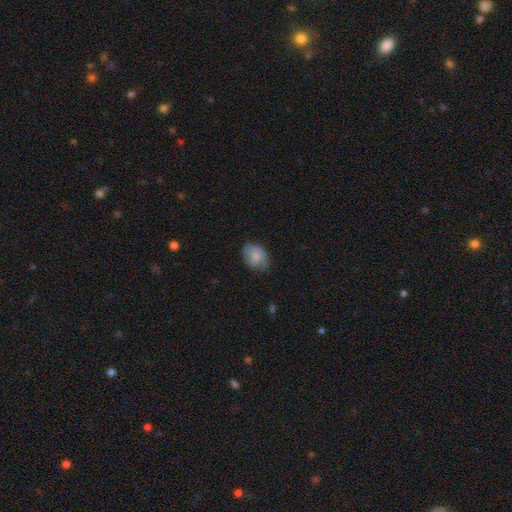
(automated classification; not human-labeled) Smooth or featured: smooth — 74% (featured or disk — 19%)
How rounded: in between — 67% (round — 32%)
Merging: none — 65% (minor disturbance — 27%)